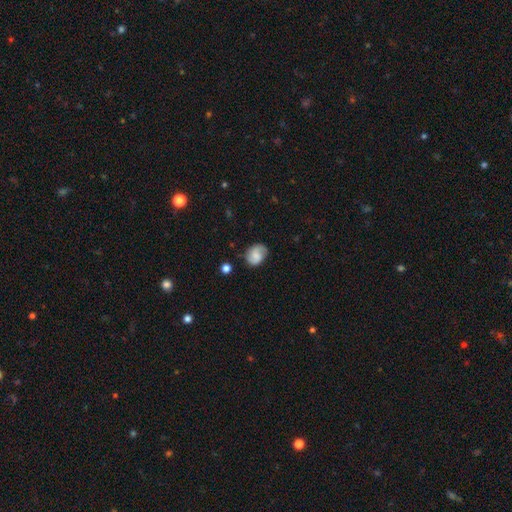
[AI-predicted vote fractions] A smooth galaxy with no disk features (52%) that is in between round and cigar-shaped (57%).

Vote fractions:
- Smooth or featured? smooth: 52% / featured or disk: 39% / star or artifact: 9%
- How rounded? in between: 57% / round: 42% / cigar-shaped: 1%
- Merging? none: 65% / minor disturbance: 25% / major disturbance: 7% / merger: 2%